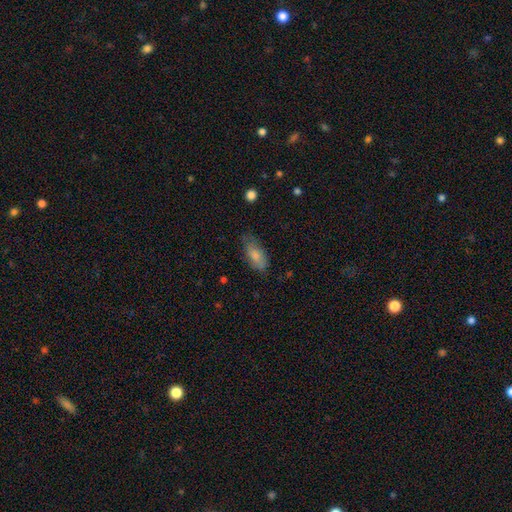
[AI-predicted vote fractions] A smooth galaxy with no disk features (79%) that is in between round and cigar-shaped (86%). Merging: none (64%).